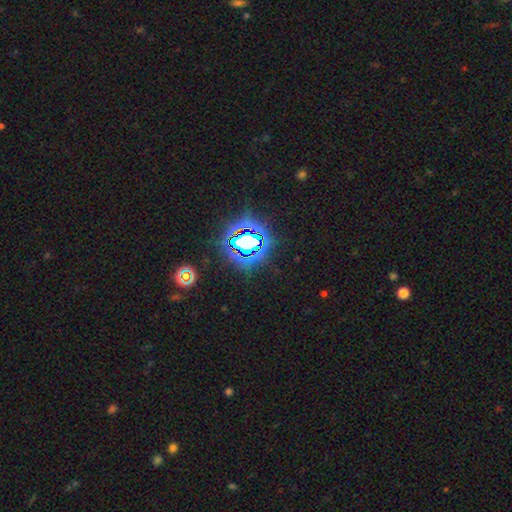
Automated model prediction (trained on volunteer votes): Smooth or featured: star or artifact — 84% (smooth — 10%)